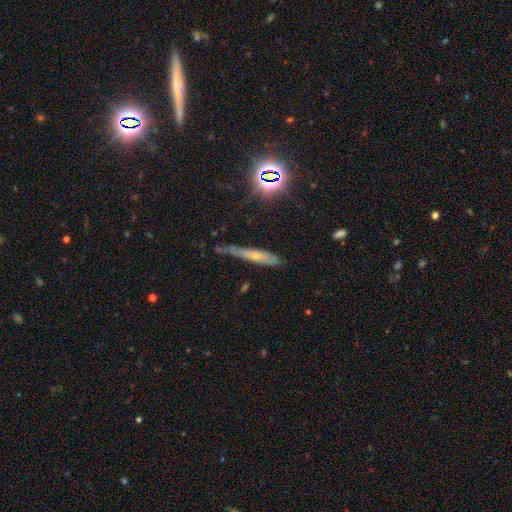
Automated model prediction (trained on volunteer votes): smooth_or_featured: smooth (p=0.42) [alt: featured or disk p=0.41]
merging: none (p=0.55) [alt: minor disturbance p=0.33]